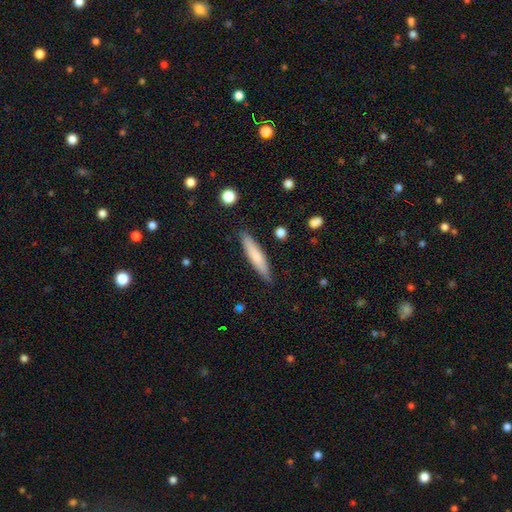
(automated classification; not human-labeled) Q: Smooth or featured?
A: smooth (72%); runner-up: featured or disk (22%)
Q: How rounded?
A: cigar-shaped (87%); runner-up: in between (12%)
Q: Merging?
A: none (87%); runner-up: minor disturbance (10%)